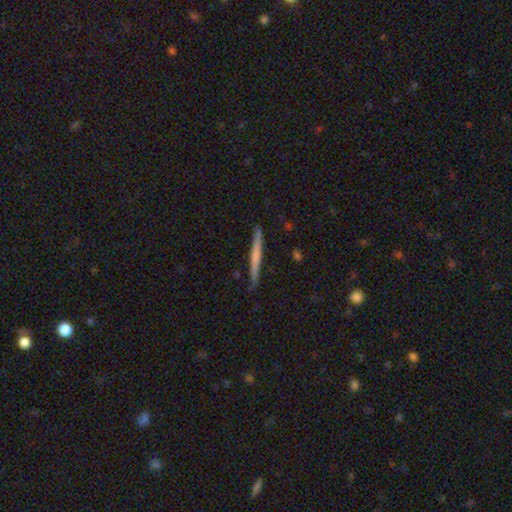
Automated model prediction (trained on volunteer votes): smooth-or-featured: smooth: 52% | featured or disk: 43% | star or artifact: 5%
  how-rounded: cigar-shaped: 96% | in between: 2% | round: 2%
  merging: none: 89% | minor disturbance: 8% | major disturbance: 1% | merger: 1%